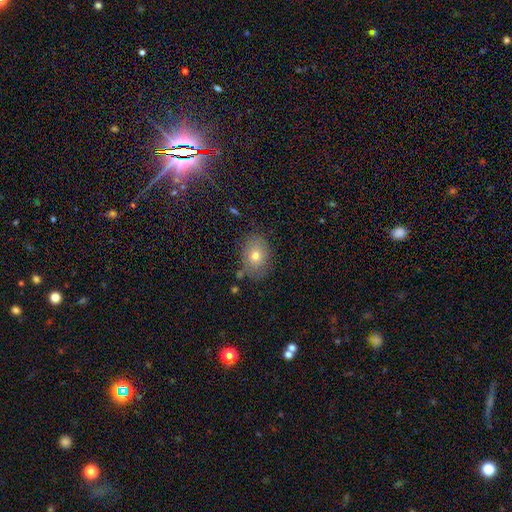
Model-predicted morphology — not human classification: This appears to be a smooth galaxy with no disk features (72%) that is in between round and cigar-shaped (62%). Merging: none (76%).